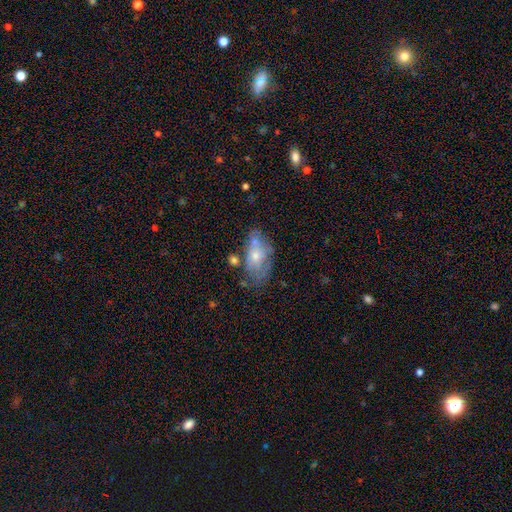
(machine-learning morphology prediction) The model was most divided on "smooth or featured": smooth: 48%, featured or disk: 43%, star or artifact: 9%. Remaining: merging — none (47%).